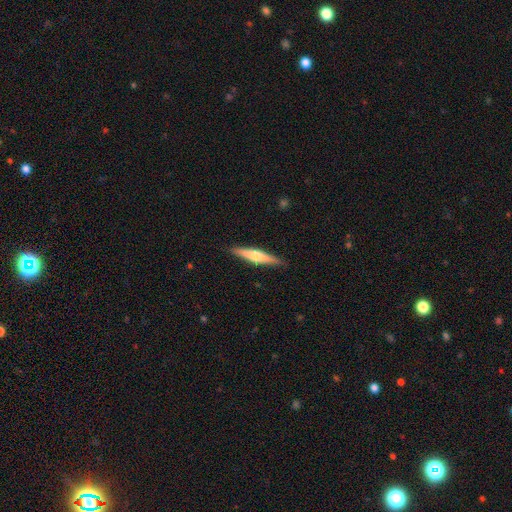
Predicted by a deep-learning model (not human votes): Smooth or featured: featured or disk — 59% (smooth — 35%)
Edge-on disk: yes — 96% (no — 4%)
Edge-on bulge: rounded — 90% (boxy — 6%)
Merging: none — 90% (minor disturbance — 8%)